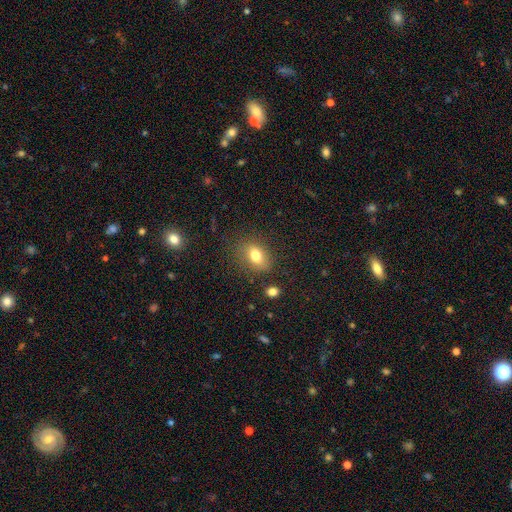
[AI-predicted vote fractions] This is likely a smooth galaxy (77%). How rounded: likely in between (75%). Merging: likely none (76%).